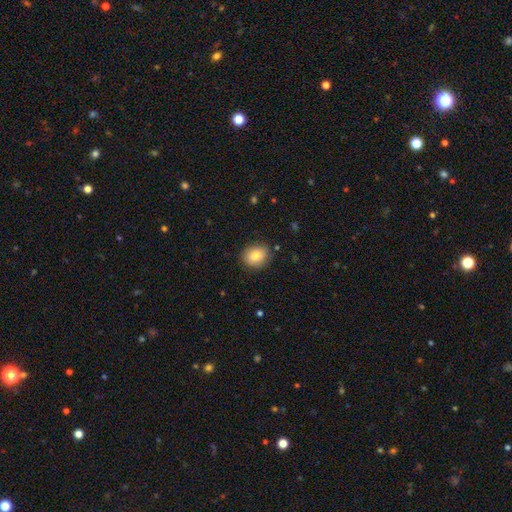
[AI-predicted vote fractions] Smooth or featured? smooth (82%)
How rounded? round (58%)
Merging? none (85%)